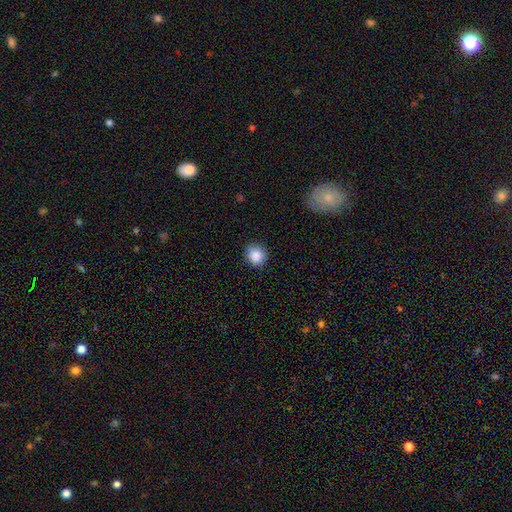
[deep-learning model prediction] Morphology: type=smooth (86%); roundness=round (82%); merging=none (84%).